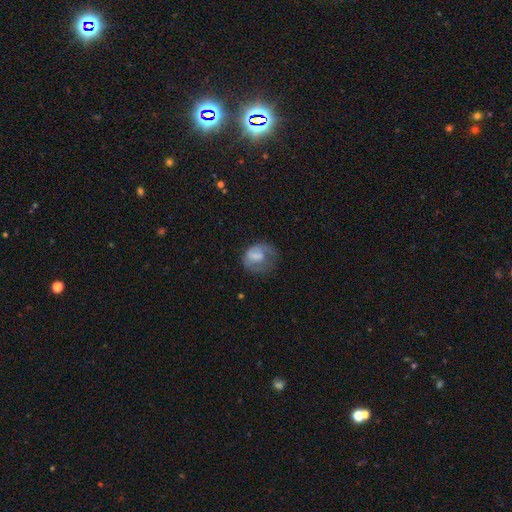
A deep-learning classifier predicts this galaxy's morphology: This is possibly a smooth galaxy (53%). How rounded: possibly round (54%). Merging: marginally major disturbance (37%).